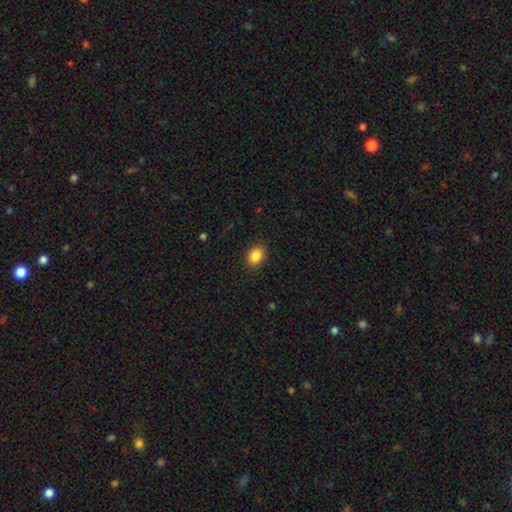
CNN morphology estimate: Smooth or featured? Predicted: smooth (p=0.86). How rounded? Predicted: in between (p=0.68). Merging? Predicted: none (p=0.88).